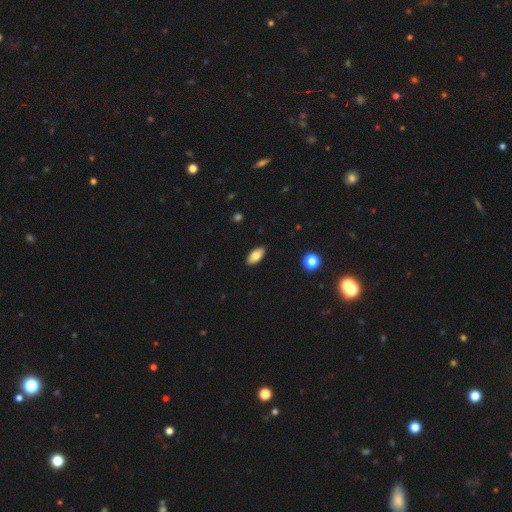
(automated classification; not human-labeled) Morphology: type=smooth (80%); roundness=in between (93%); merging=none (89%).